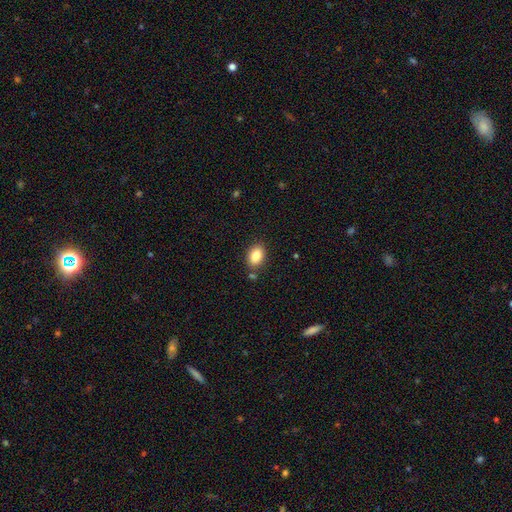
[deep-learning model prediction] Smooth or featured: smooth — 85% (star or artifact — 8%)
How rounded: in between — 82% (round — 16%)
Merging: none — 81% (minor disturbance — 11%)